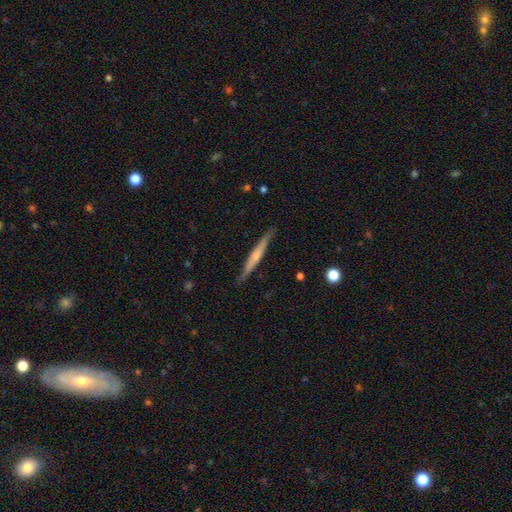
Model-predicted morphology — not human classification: smooth-or-featured: featured or disk: 54% | smooth: 40% | star or artifact: 6%
  disk-edge-on: yes: 97% | no: 3%
    edge-on-bulge: none: 47% | rounded: 44% | boxy: 10%
  merging: none: 88% | minor disturbance: 9% | major disturbance: 2% | merger: 1%